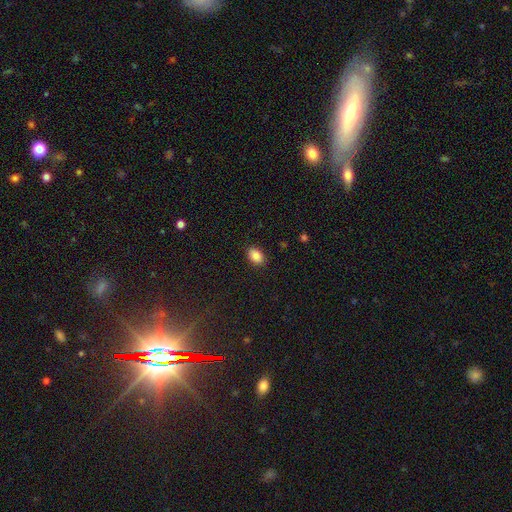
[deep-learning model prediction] smooth_or_featured: smooth (p=0.87) [alt: star or artifact p=0.08]
how_rounded: in between (p=0.84) [alt: round p=0.15]
merging: none (p=0.88) [alt: minor disturbance p=0.09]